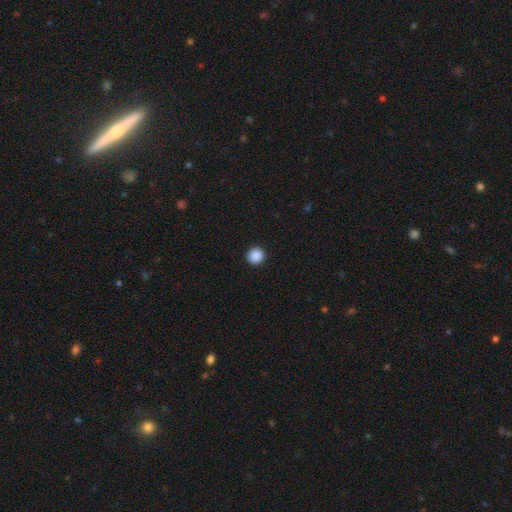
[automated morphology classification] This is clearly a smooth galaxy (89%). How rounded: clearly round (94%). Merging: clearly none (93%).